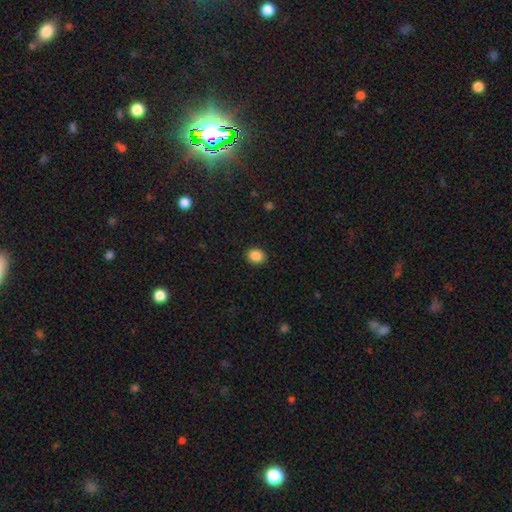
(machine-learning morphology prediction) smooth-or-featured: smooth: 88% | star or artifact: 9% | featured or disk: 3%
  how-rounded: round: 50% | in between: 49% | cigar-shaped: 1%
  merging: none: 90% | minor disturbance: 7% | major disturbance: 2% | merger: 1%